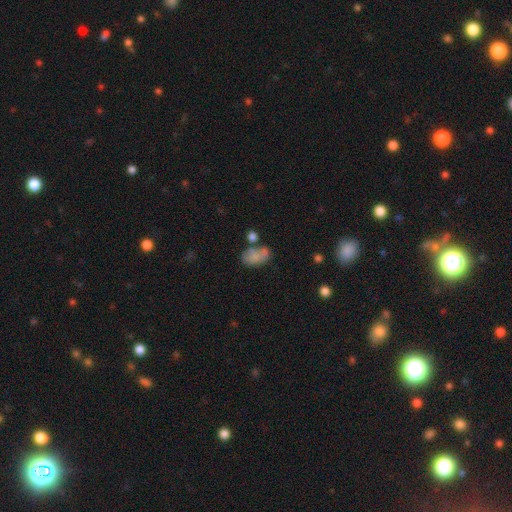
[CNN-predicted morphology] Smooth or featured? Predicted: smooth (p=0.72). How rounded? Predicted: in between (p=0.88). Merging? Predicted: none (p=0.40).